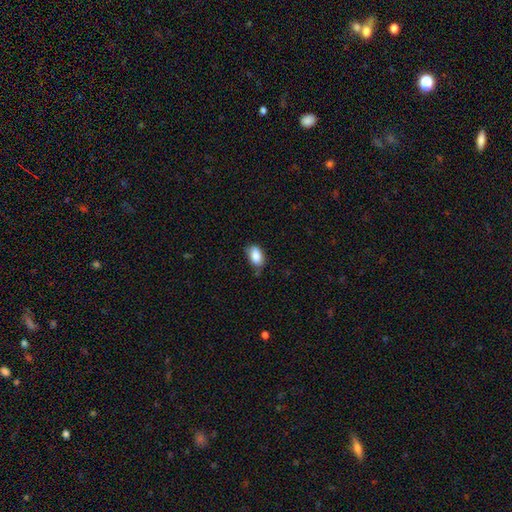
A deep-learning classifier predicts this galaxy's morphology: Overall: smooth (84%). How rounded: in between (89%). Merging: none (59%; minor disturbance 32%).